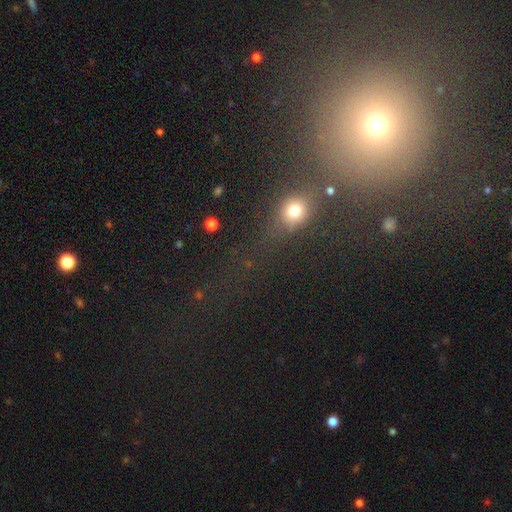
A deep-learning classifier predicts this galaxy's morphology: smooth_or_featured: star or artifact (p=0.49) [alt: smooth p=0.36]